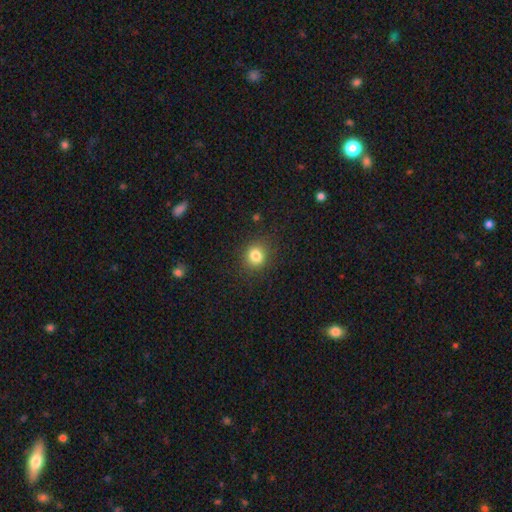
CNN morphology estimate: type=smooth (82%); roundness=round (79%); merging=none (86%).